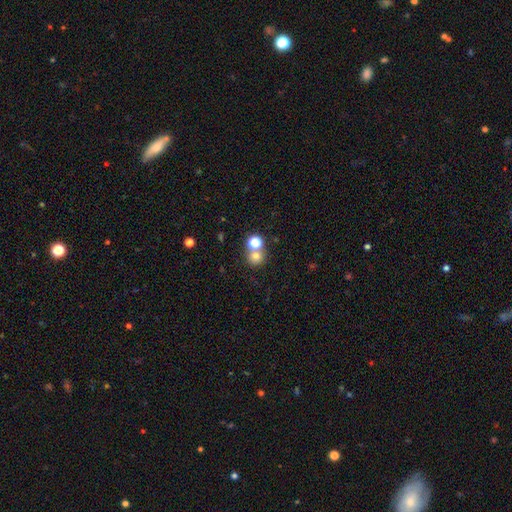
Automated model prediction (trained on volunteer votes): The model was most divided on "merging": none: 55%, merger: 34%, minor disturbance: 7%, major disturbance: 4%. More confident: how rounded — round (86%); smooth or featured — smooth (72%).